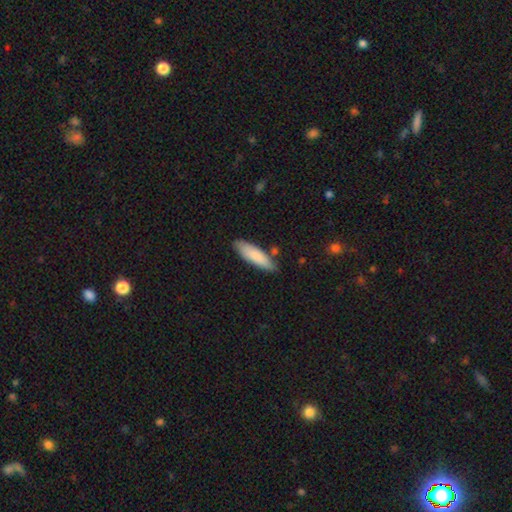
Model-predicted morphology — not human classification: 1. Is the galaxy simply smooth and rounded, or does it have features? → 83% smooth, 12% featured or disk, 5% star or artifact.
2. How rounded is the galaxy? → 57% cigar-shaped, 41% in between, 1% round.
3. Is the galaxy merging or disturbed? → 80% none, 14% minor disturbance, 3% merger, 2% major disturbance.